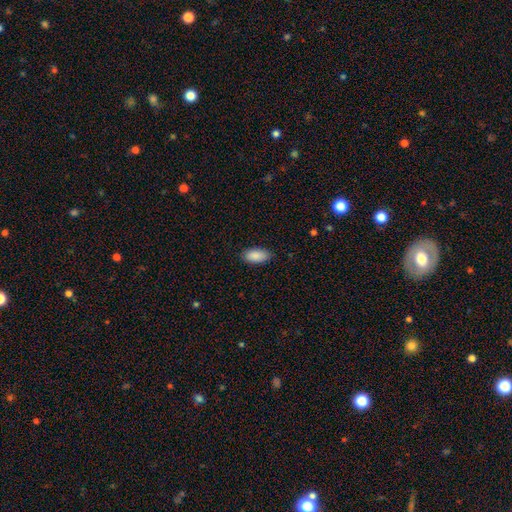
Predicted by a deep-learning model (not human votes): This appears to be a smooth galaxy with no disk features (90%) that is in between round and cigar-shaped (92%). Merging: none (86%).